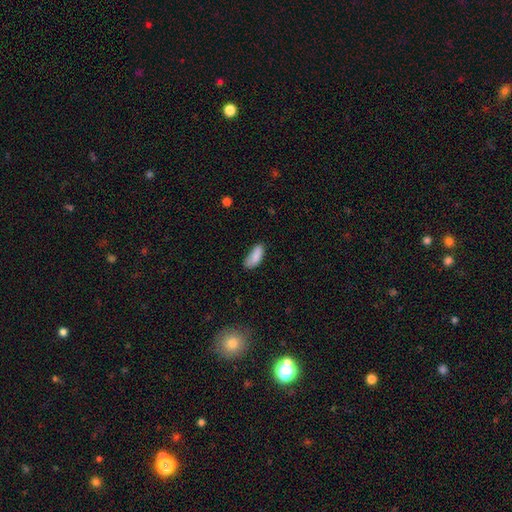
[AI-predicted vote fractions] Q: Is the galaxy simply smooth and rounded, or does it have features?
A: smooth — 84%.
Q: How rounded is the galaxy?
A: in between — 82%.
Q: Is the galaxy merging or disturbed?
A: none — 58%.